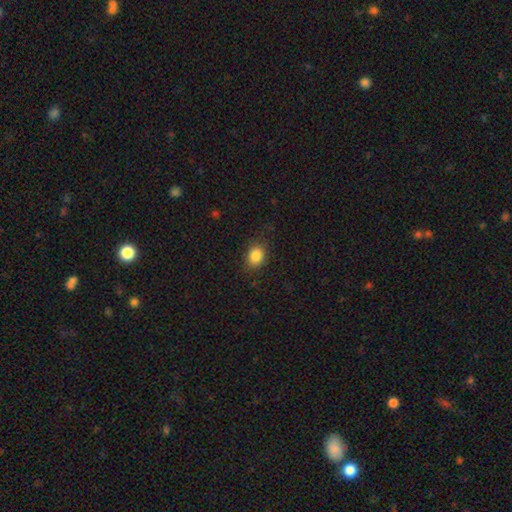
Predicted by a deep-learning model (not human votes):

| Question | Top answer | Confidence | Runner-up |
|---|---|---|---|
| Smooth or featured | smooth | 86% | star or artifact (10%) |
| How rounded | in between | 56% | round (43%) |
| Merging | none | 83% | minor disturbance (12%) |